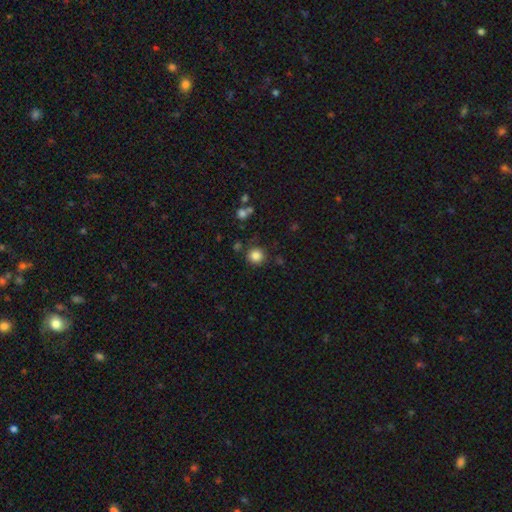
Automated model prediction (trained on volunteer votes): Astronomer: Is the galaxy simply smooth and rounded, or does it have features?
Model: smooth — 84%.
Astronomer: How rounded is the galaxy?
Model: round — 94%.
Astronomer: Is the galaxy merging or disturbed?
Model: none — 85%.